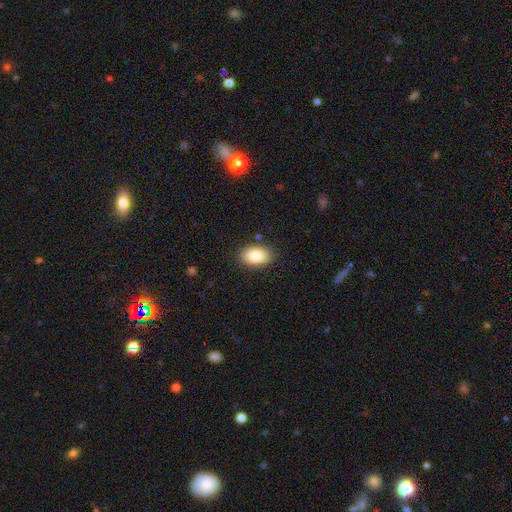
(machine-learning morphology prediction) smooth_or_featured: smooth (p=0.87) [alt: star or artifact p=0.07]
how_rounded: in between (p=0.89) [alt: round p=0.10]
merging: none (p=0.86) [alt: minor disturbance p=0.10]